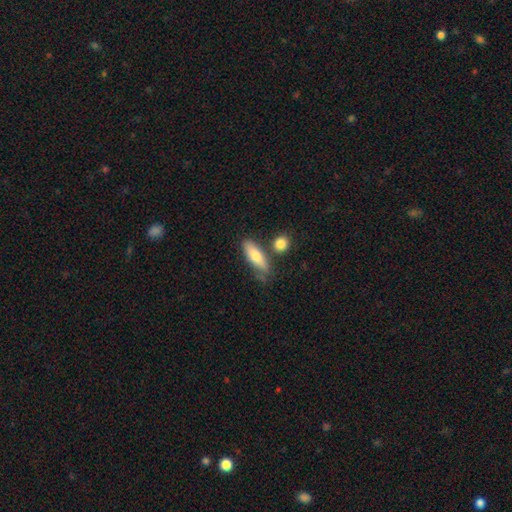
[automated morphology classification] Overall: smooth (72%). How rounded: in between (51%; cigar-shaped 46%). Merging: none (64%).